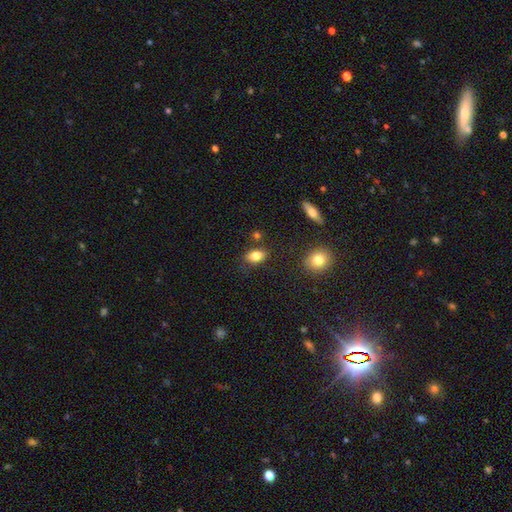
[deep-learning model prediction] The model was most divided on "merging": none: 77%, minor disturbance: 14%, merger: 5%, major disturbance: 3%. More confident: how rounded — in between (83%); smooth or featured — smooth (82%).